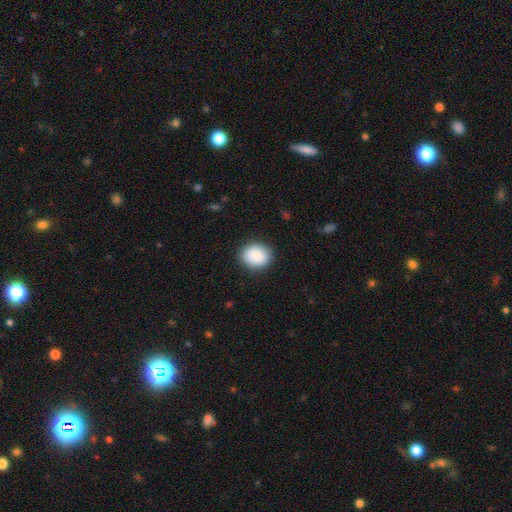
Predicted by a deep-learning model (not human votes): A smooth galaxy with no disk features (89%) that is round (66%).

Vote fractions:
- Smooth or featured? smooth: 89% / star or artifact: 7% / featured or disk: 4%
- How rounded? round: 66% / in between: 33% / cigar-shaped: 1%
- Merging? none: 89% / minor disturbance: 8% / major disturbance: 2% / merger: 1%